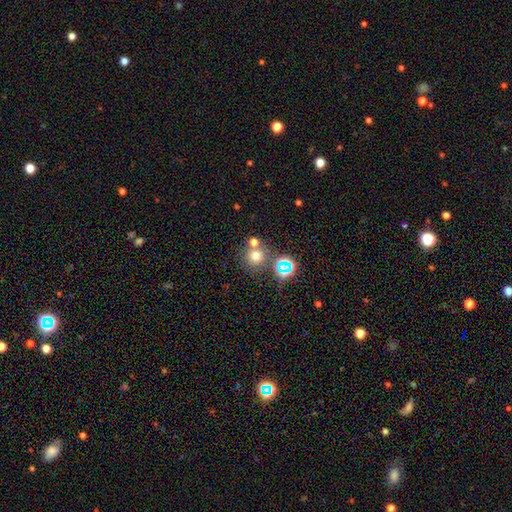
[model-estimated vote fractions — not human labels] smooth_or_featured: smooth (p=0.68) [alt: star or artifact p=0.23]
how_rounded: round (p=0.90) [alt: in between p=0.09]
merging: none (p=0.66) [alt: merger p=0.21]